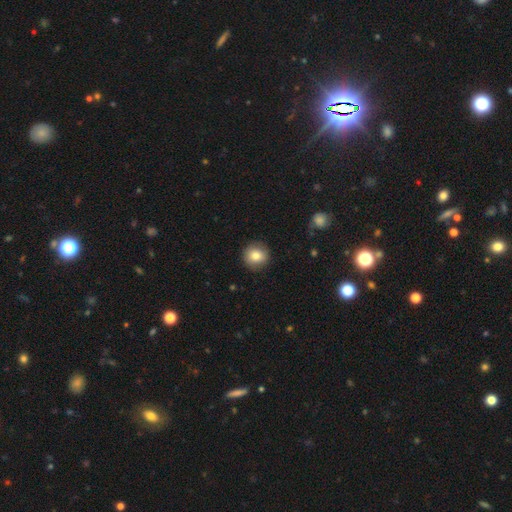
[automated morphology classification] Smooth or featured? smooth (81%)
How rounded? round (92%)
Merging? none (88%)